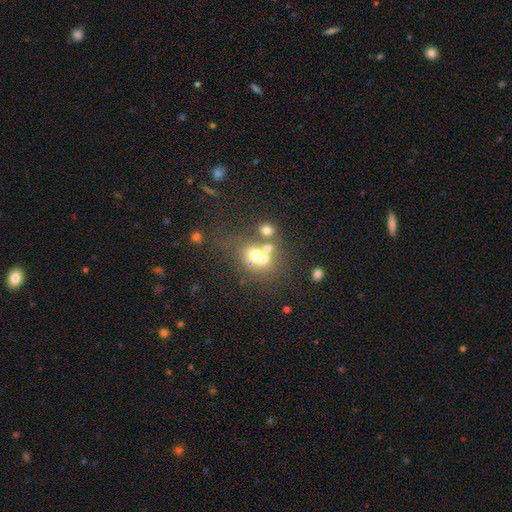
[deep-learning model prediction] This appears to be a smooth galaxy with no disk features (58%) that is round (62%). Merging: merger (48%).